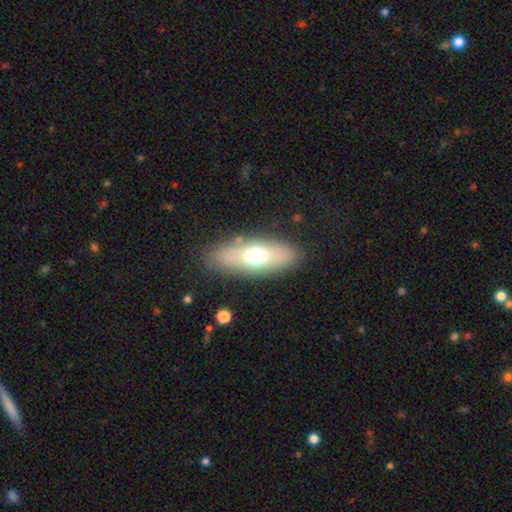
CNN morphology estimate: type=smooth (63%); roundness=in between (74%); merging=none (84%).